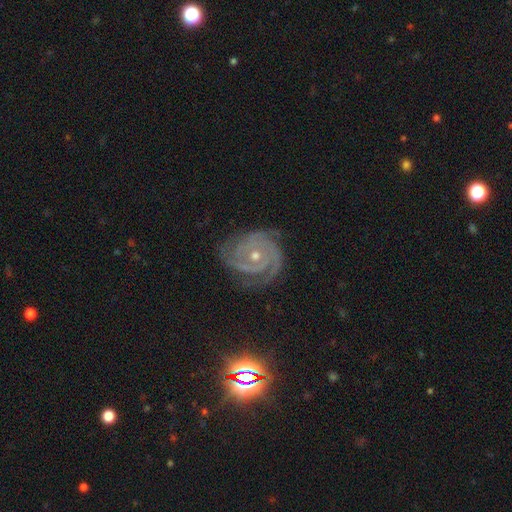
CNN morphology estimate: smooth-or-featured: featured or disk: 90% | star or artifact: 6% | smooth: 4%
  disk-edge-on: no: 98% | yes: 2%
    bar: no: 73% | weak: 20% | strong: 7%
    has-spiral-arms: yes: 98% | no: 2%
      spiral-winding: tight: 76% | medium: 21% | loose: 3%
      spiral-arm-count: 3: 38% | 2: 33% | can't tell: 11% | 4: 7% | 1: 5% | more than 4: 5%
    bulge-size: small: 49% | moderate: 48% | large: 1% | none: 1% | dominant: 1%
  merging: none: 74% | minor disturbance: 18% | major disturbance: 6% | merger: 1%